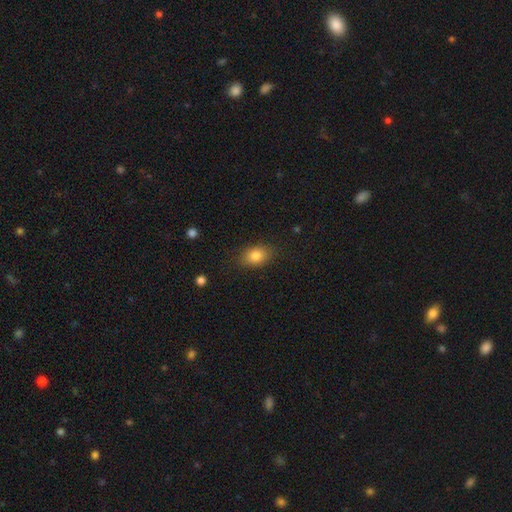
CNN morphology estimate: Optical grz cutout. It shows a smooth galaxy with no disk features (83%) that is in between round and cigar-shaped (79%). Merging: none (83%).